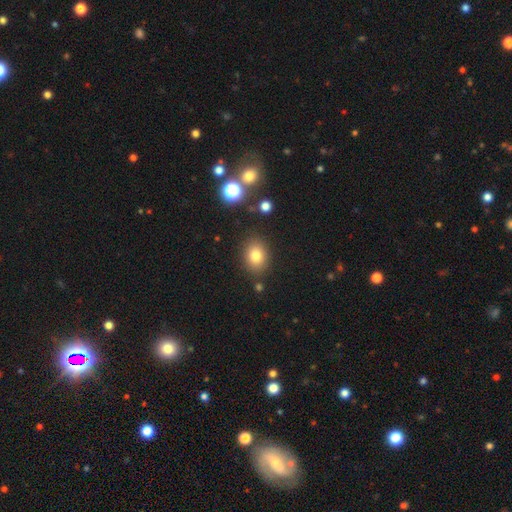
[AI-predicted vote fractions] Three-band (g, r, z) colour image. It shows a smooth galaxy with no disk features (79%) that is in between round and cigar-shaped (58%). Merging: none (84%).